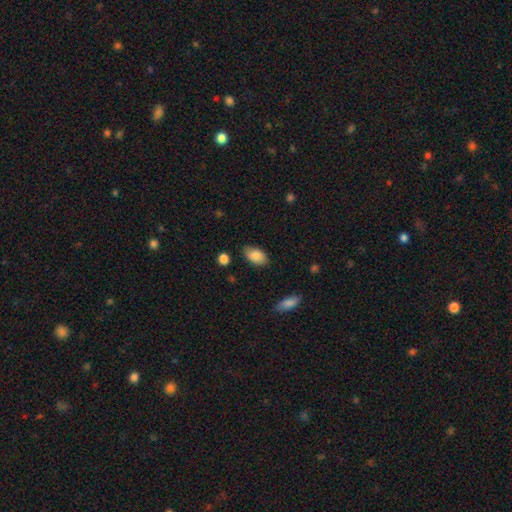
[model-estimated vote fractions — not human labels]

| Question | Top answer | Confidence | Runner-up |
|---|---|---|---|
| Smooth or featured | smooth | 86% | featured or disk (7%) |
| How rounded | in between | 93% | round (6%) |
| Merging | none | 81% | minor disturbance (15%) |